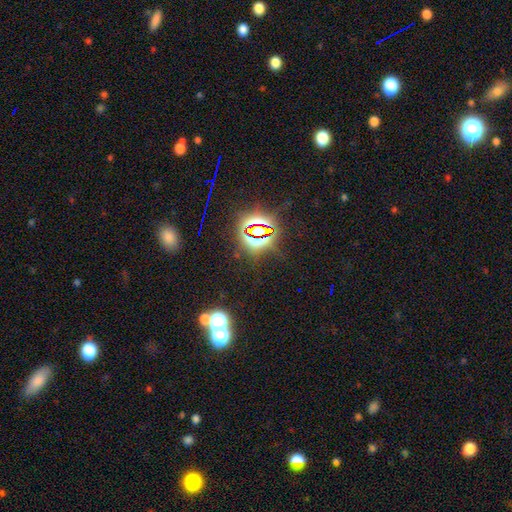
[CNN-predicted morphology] Smooth or featured? star or artifact (83%)